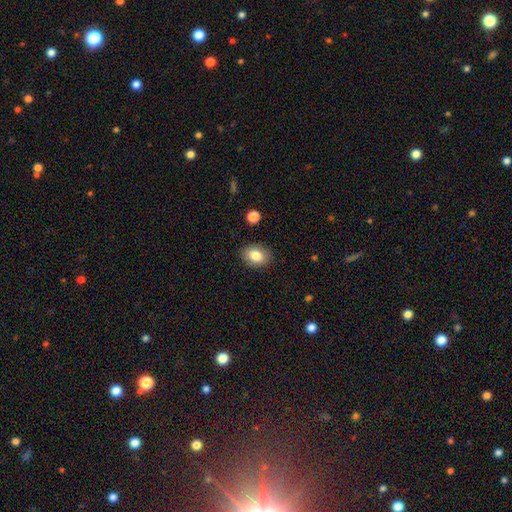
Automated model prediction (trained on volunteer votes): smooth 83%, featured or disk 9%, star or artifact 8%. Down the decision tree: how rounded — in between (69%); merging — none (87%).